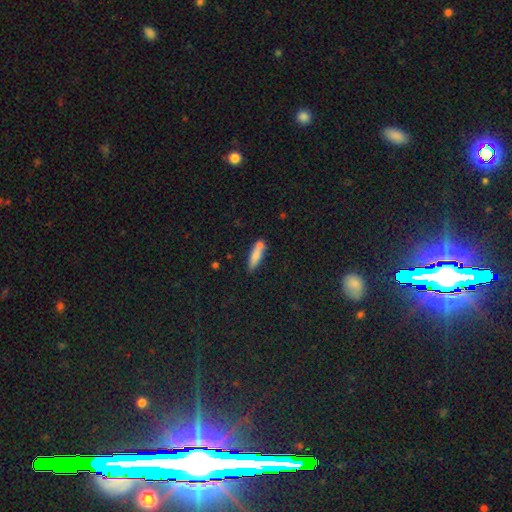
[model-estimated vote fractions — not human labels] smooth_or_featured: smooth (p=0.77) [alt: featured or disk p=0.15]
how_rounded: cigar-shaped (p=0.65) [alt: in between p=0.33]
merging: none (p=0.59) [alt: merger p=0.19]